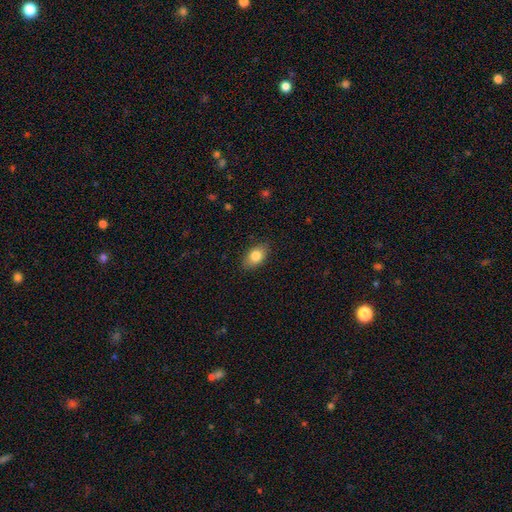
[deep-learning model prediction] A smooth galaxy with no disk features (82%) that is in between round and cigar-shaped (88%).

Vote fractions:
- Smooth or featured? smooth: 82% / featured or disk: 10% / star or artifact: 8%
- How rounded? in between: 88% / round: 10% / cigar-shaped: 2%
- Merging? none: 86% / minor disturbance: 11% / major disturbance: 3% / merger: 1%